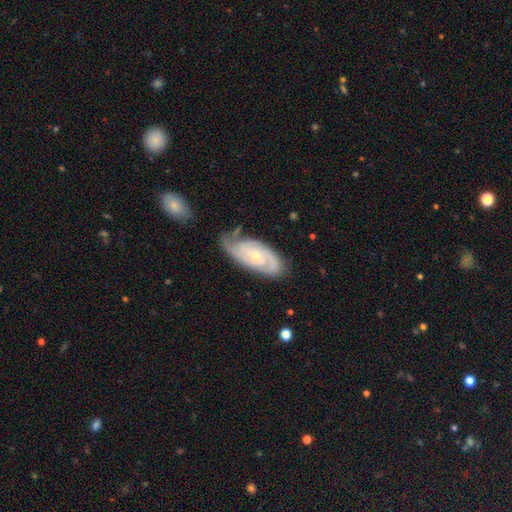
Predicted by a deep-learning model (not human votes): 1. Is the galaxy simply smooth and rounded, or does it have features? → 84% featured or disk, 10% smooth, 5% star or artifact.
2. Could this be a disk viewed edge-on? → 95% no, 5% yes.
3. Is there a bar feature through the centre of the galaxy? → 61% no, 31% weak, 8% strong.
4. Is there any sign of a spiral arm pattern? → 97% yes, 3% no.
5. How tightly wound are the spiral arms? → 57% tight, 35% medium, 7% loose.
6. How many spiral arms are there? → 61% 2, 17% 3, 13% can't tell, 3% 4, 3% 1, 2% more than 4.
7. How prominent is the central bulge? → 73% small, 22% moderate, 2% none, 1% large, 1% dominant.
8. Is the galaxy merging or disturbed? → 68% none, 22% minor disturbance, 7% major disturbance, 3% merger.